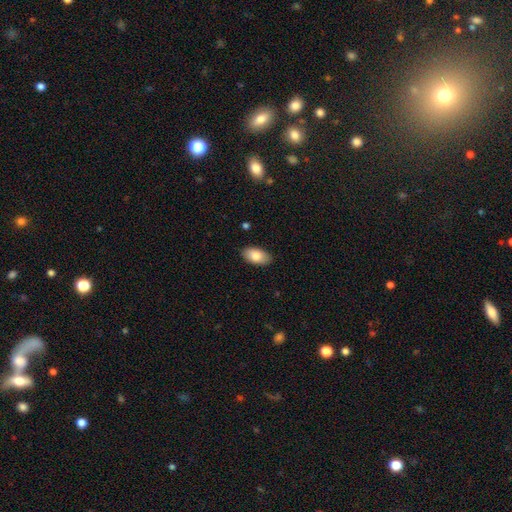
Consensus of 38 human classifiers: smooth_or_featured: smooth (p=0.89) [alt: featured or disk p=0.11]
how_rounded: in between (p=0.91) [alt: round p=0.06]
merging: none (p=0.79) [alt: minor disturbance p=0.13]